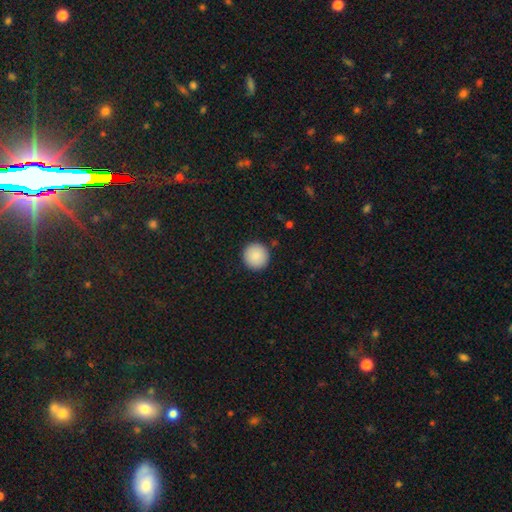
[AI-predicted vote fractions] Overall: smooth (89%). How rounded: round (96%). Merging: none (92%).